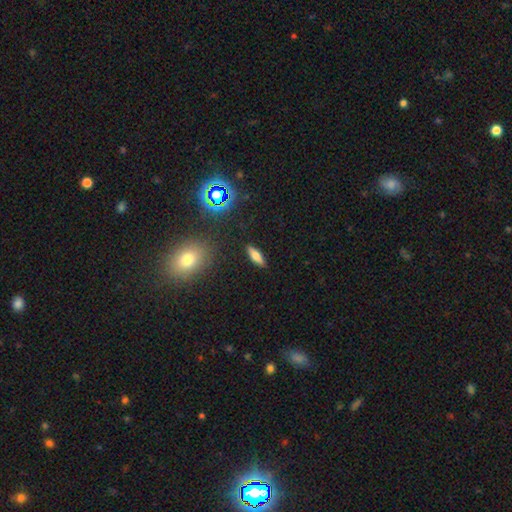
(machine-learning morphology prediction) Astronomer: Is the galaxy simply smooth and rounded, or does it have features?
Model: smooth — 69%.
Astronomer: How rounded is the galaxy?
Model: in between — 52% (runner-up: cigar-shaped, 45%).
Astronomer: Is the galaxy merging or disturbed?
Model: none — 88%.